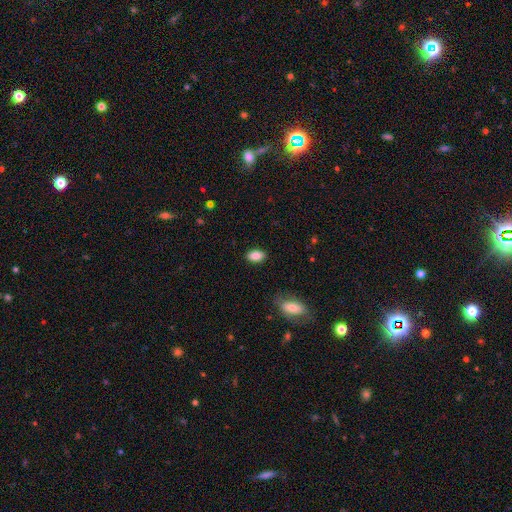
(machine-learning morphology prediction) Smooth or featured?
  - smooth: 87% *
  - star or artifact: 8%
  - featured or disk: 5%
How rounded?
  - in between: 91% *
  - round: 7%
  - cigar-shaped: 2%
Merging?
  - none: 87% *
  - minor disturbance: 9%
  - major disturbance: 2%
  - merger: 1%